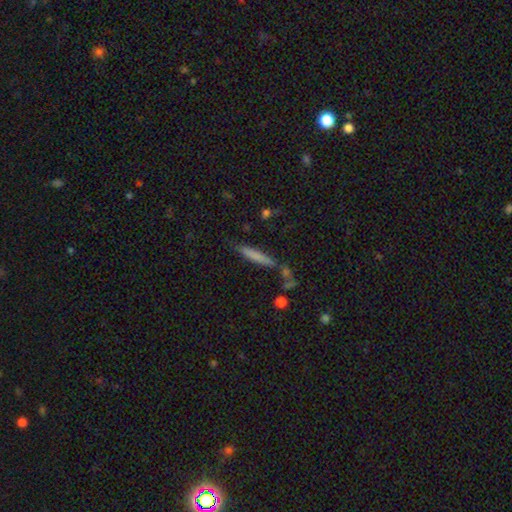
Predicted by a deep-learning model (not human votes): A smooth galaxy with no disk features (69%) that is cigar-shaped (92%). Merging: none (74%).